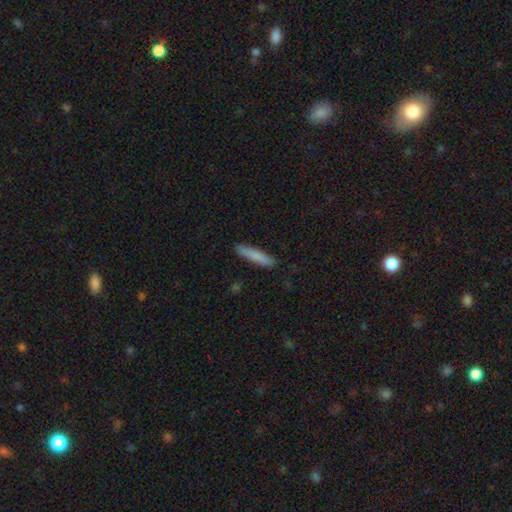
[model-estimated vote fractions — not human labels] The model was most divided on "smooth or featured": smooth: 82%, featured or disk: 12%, star or artifact: 6%. More confident: how rounded — cigar-shaped (90%); merging — none (88%).